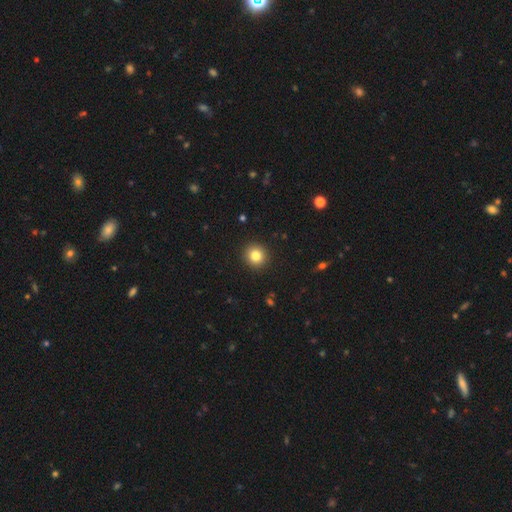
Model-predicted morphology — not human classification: Smooth or featured? Predicted: smooth (p=0.82). How rounded? Predicted: round (p=0.92). Merging? Predicted: none (p=0.92).